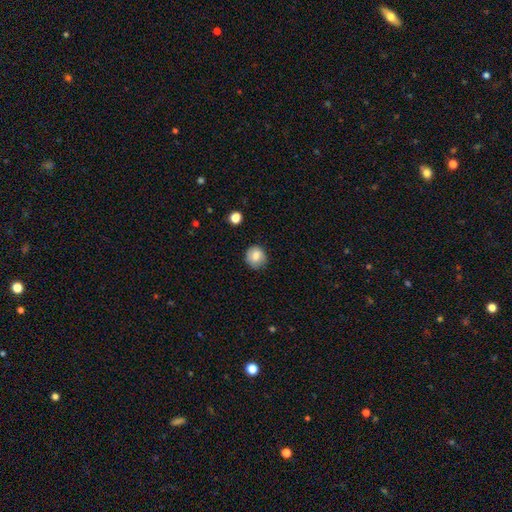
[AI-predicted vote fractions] Q: Smooth or featured?
A: smooth (83%); runner-up: featured or disk (9%)
Q: How rounded?
A: round (89%); runner-up: in between (10%)
Q: Merging?
A: none (83%); runner-up: minor disturbance (13%)